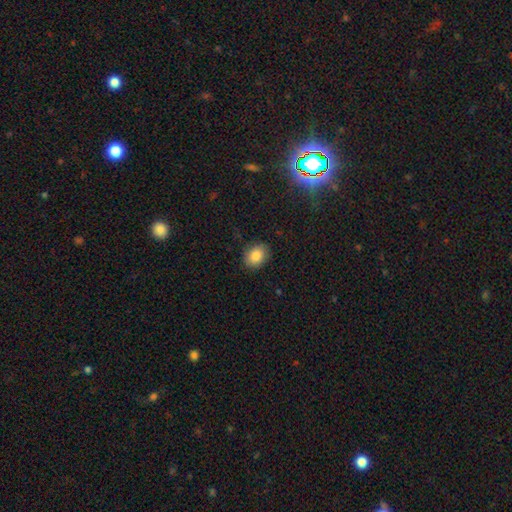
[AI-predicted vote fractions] smooth 86%, star or artifact 8%, featured or disk 6%. Down the decision tree: how rounded — in between (65%); merging — none (84%).